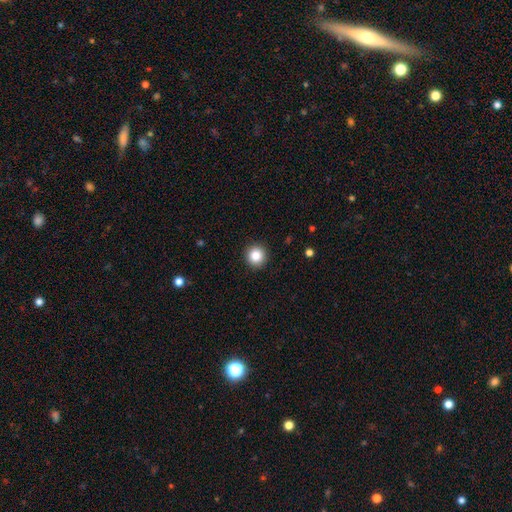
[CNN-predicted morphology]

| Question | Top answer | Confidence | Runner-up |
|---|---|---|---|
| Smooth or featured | smooth | 85% | star or artifact (10%) |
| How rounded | round | 94% | in between (5%) |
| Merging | none | 92% | minor disturbance (5%) |